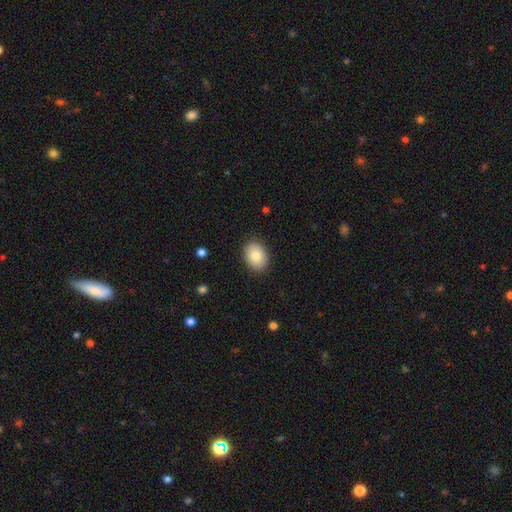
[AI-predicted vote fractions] Smooth or featured? smooth (85%)
How rounded? in between (75%)
Merging? none (88%)